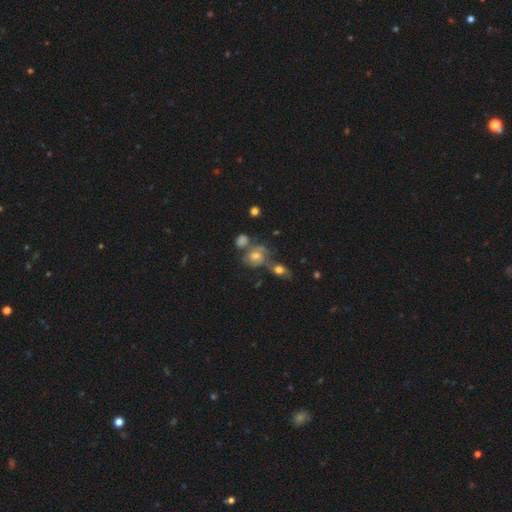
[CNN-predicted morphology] Q: Smooth or featured?
A: featured or disk (50%); runner-up: smooth (34%)
Q: Merging?
A: none (40%); runner-up: merger (34%)